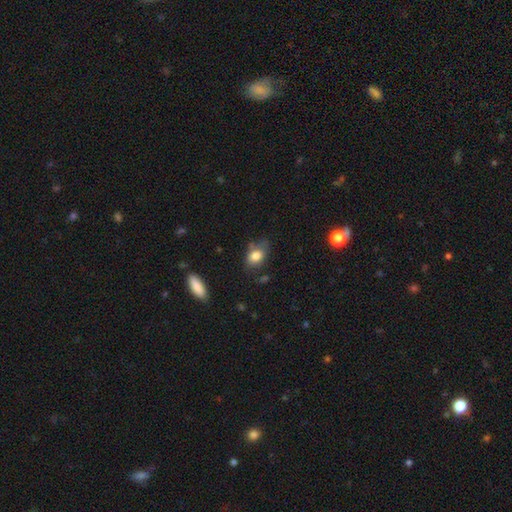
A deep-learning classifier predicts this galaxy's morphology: This is clearly a smooth galaxy (80%). How rounded: clearly in between (81%). Merging: possibly none (57%).